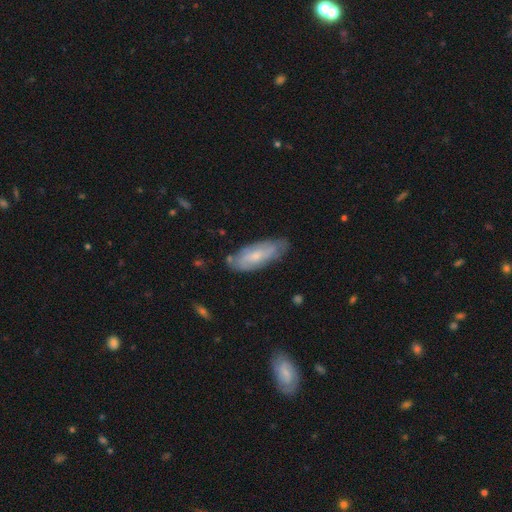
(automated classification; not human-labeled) A smooth galaxy with no disk features (49%).

Vote fractions:
- Smooth or featured? smooth: 49% / featured or disk: 45% / star or artifact: 6%
- Merging? none: 70% / minor disturbance: 23% / major disturbance: 5% / merger: 3%